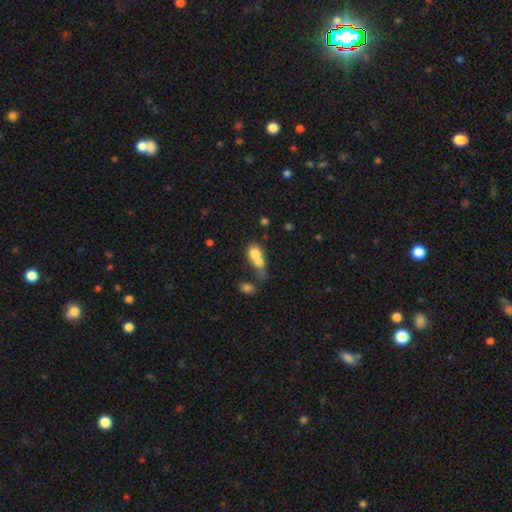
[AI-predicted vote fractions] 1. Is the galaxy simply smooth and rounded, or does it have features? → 70% smooth, 19% featured or disk, 10% star or artifact.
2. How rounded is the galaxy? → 50% in between, 47% round, 3% cigar-shaped.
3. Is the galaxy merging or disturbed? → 68% merger, 18% none, 7% minor disturbance, 7% major disturbance.